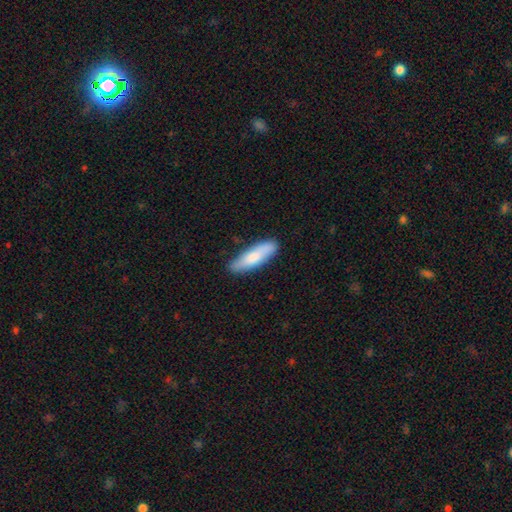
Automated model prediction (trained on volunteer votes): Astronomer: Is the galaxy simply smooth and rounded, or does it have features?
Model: smooth — 75%.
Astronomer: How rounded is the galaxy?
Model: cigar-shaped — 56% (runner-up: in between, 43%).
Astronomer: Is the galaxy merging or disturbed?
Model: none — 83%.